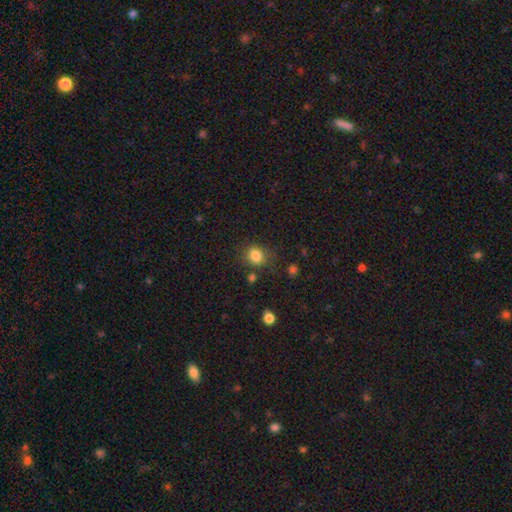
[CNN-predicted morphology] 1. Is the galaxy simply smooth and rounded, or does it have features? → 83% smooth, 12% star or artifact, 5% featured or disk.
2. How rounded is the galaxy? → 60% round, 39% in between, 1% cigar-shaped.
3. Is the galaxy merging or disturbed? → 73% none, 16% minor disturbance, 6% major disturbance, 5% merger.